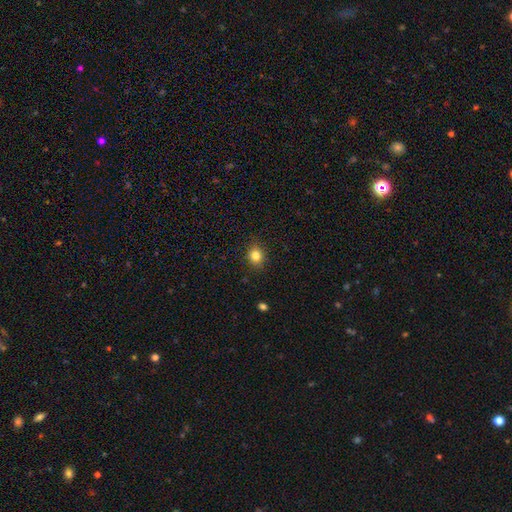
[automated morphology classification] This appears to be a smooth galaxy with no disk features (82%) that is round (69%). Merging: none (86%).